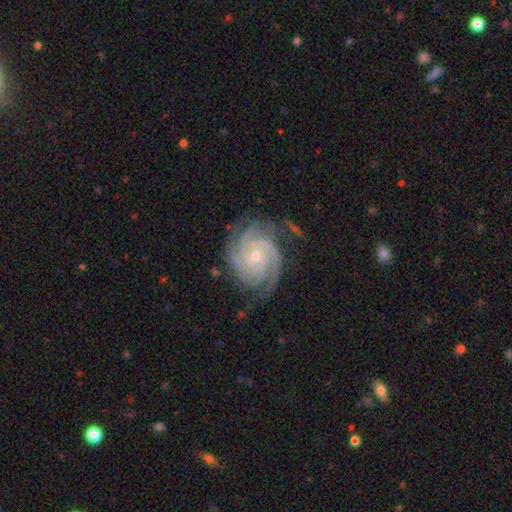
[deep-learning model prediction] smooth-or-featured: featured or disk: 93% | star or artifact: 4% | smooth: 3%
  disk-edge-on: no: 98% | yes: 2%
    bar: no: 68% | weak: 23% | strong: 8%
    has-spiral-arms: yes: 99% | no: 1%
      spiral-winding: tight: 77% | medium: 21% | loose: 2%
      spiral-arm-count: 4: 37% | 3: 33% | 2: 9% | can't tell: 8% | more than 4: 7% | 1: 6%
    bulge-size: small: 66% | moderate: 31% | none: 1% | large: 1% | dominant: 1%
  merging: none: 76% | minor disturbance: 17% | major disturbance: 5% | merger: 1%